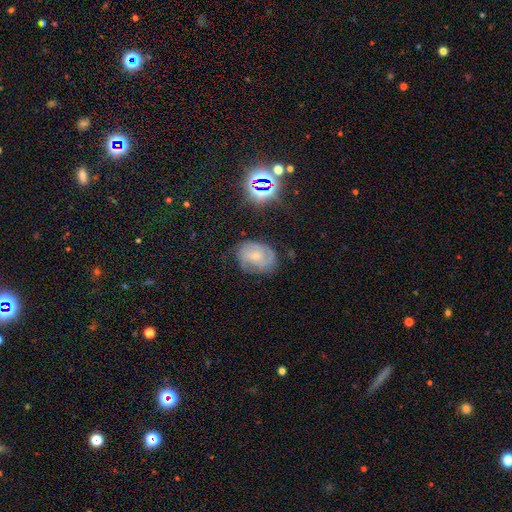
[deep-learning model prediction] The model was most divided on "spiral arm count": can't tell: 38%, 2: 33%, 3: 16%, 1: 6%, 4: 4%, more than 4: 3%. More confident: edge-on disk — no (97%); spiral arms — yes (86%); bar — no (67%); merging — none (67%); bulge size — small (63%); smooth or featured — featured or disk (61%); spiral winding — tight (56%).